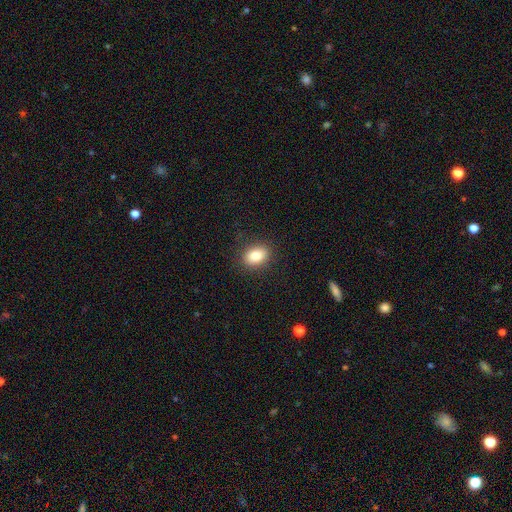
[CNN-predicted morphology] Overall: smooth (81%). How rounded: in between (72%). Merging: none (88%).